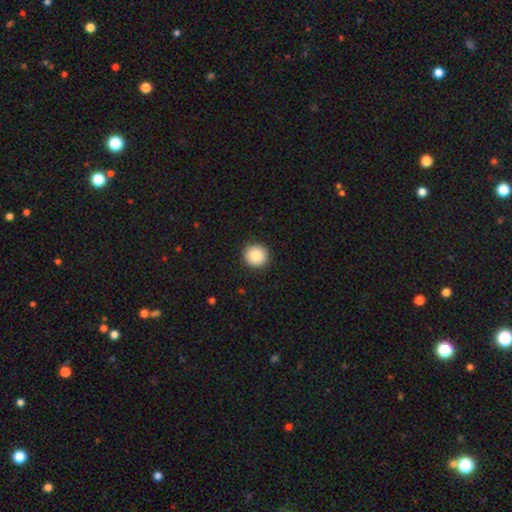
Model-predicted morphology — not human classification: The model was most divided on "smooth or featured": smooth: 87%, star or artifact: 8%, featured or disk: 5%. More confident: how rounded — round (94%); merging — none (92%).